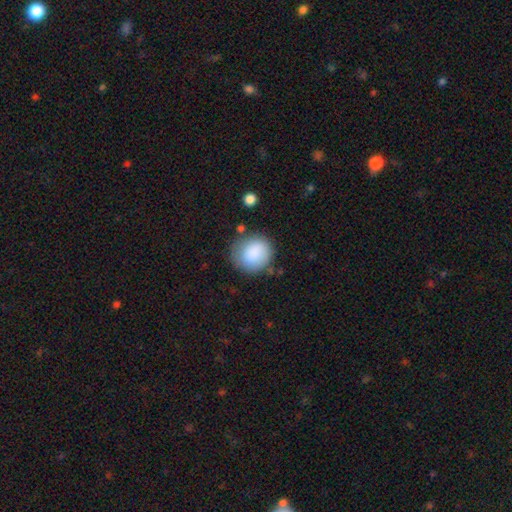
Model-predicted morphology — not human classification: Smooth or featured: smooth — 86% (star or artifact — 7%)
How rounded: round — 82% (in between — 17%)
Merging: none — 72% (minor disturbance — 17%)